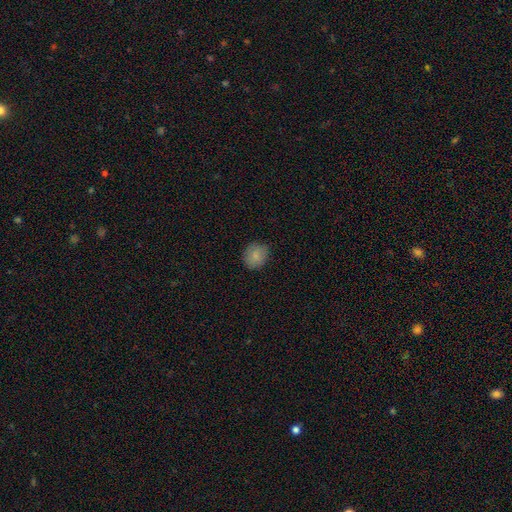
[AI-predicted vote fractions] smooth 84%, star or artifact 9%, featured or disk 7%. Down the decision tree: how rounded — round (78%); merging — none (85%).